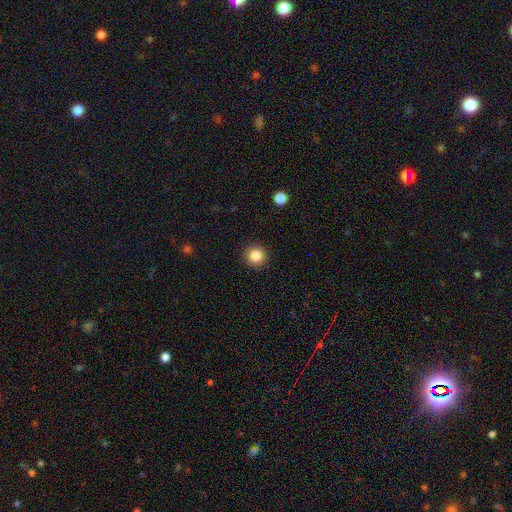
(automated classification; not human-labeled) Smooth or featured? smooth (85%)
How rounded? round (95%)
Merging? none (91%)